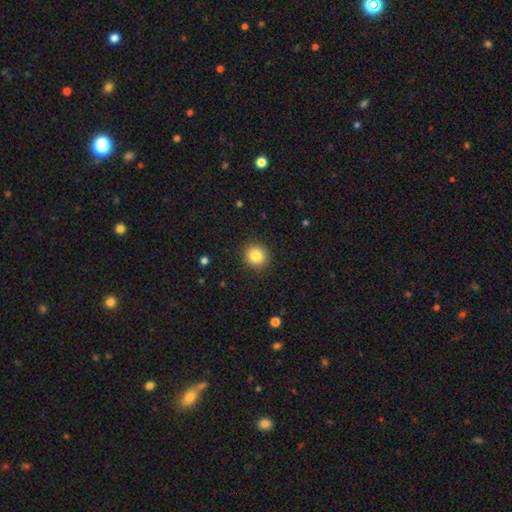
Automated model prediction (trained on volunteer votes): Overall: smooth (84%). How rounded: round (88%). Merging: none (91%).